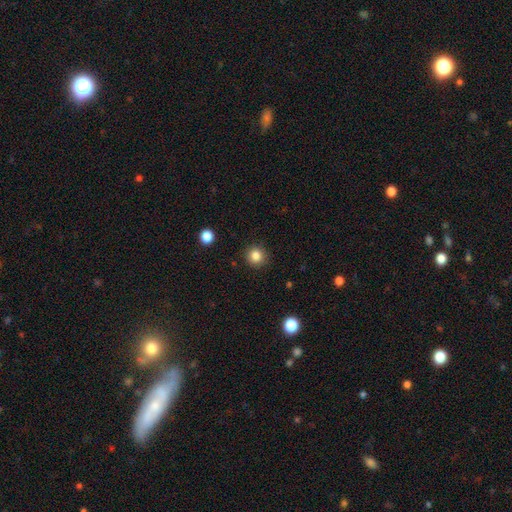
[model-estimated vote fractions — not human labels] Overall: smooth (84%). How rounded: round (93%). Merging: none (91%).